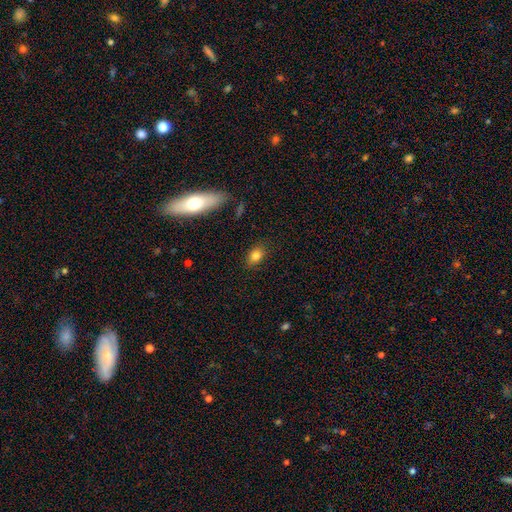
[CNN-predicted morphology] Smooth or featured?
  - smooth: 82% *
  - star or artifact: 10%
  - featured or disk: 8%
How rounded?
  - in between: 75% *
  - round: 23%
  - cigar-shaped: 2%
Merging?
  - none: 85% *
  - minor disturbance: 11%
  - major disturbance: 3%
  - merger: 1%